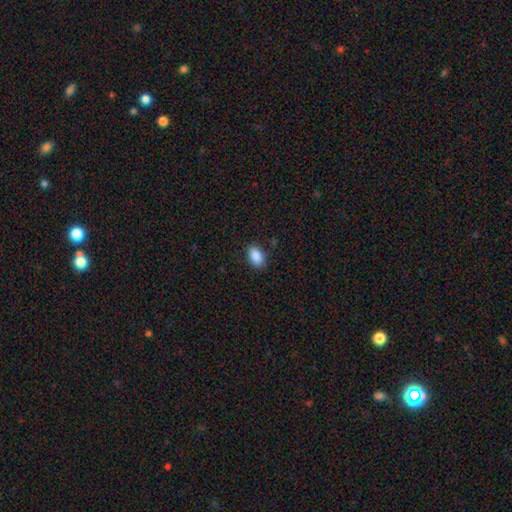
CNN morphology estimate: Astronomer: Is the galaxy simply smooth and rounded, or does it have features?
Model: smooth — 88%.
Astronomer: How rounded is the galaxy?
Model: in between — 88%.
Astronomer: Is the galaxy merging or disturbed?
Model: none — 86%.